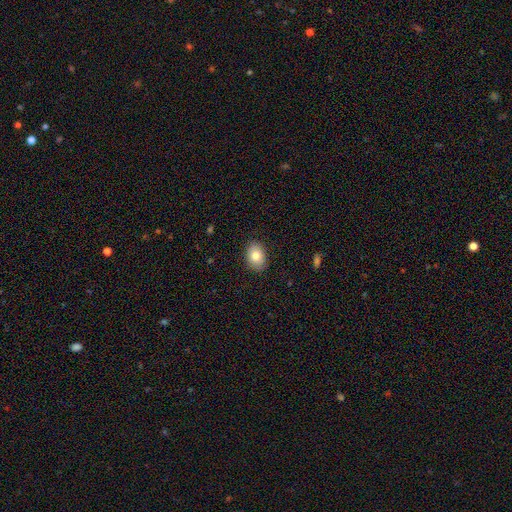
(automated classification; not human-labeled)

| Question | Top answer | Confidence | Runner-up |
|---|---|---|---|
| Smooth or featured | smooth | 82% | featured or disk (10%) |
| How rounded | in between | 76% | round (23%) |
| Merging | none | 88% | minor disturbance (9%) |